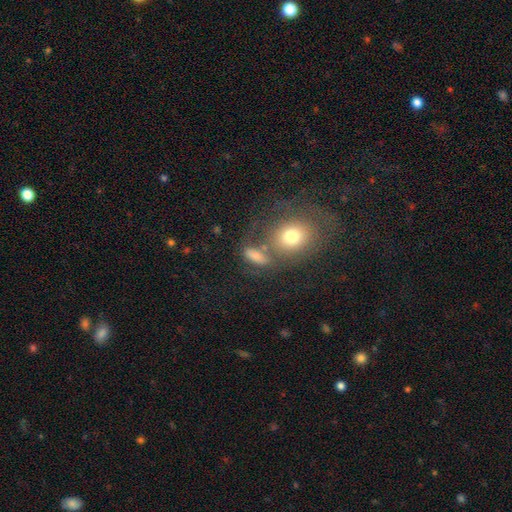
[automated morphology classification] Smooth or featured?
  - smooth: 73% *
  - star or artifact: 14%
  - featured or disk: 13%
How rounded?
  - in between: 67% *
  - round: 20%
  - cigar-shaped: 13%
Merging?
  - none: 54% *
  - merger: 22%
  - minor disturbance: 15%
  - major disturbance: 9%